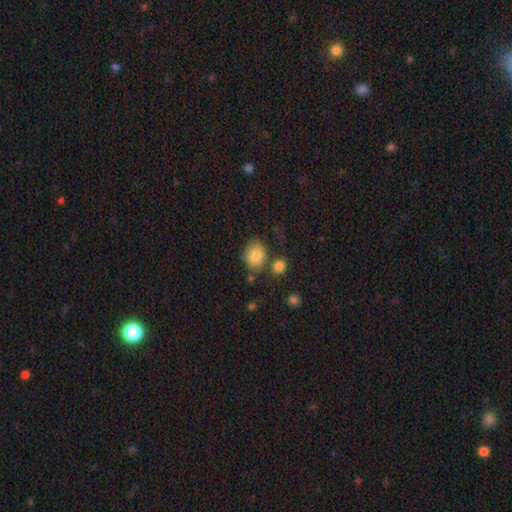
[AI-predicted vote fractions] Overall: smooth (83%). How rounded: round (68%; in between 31%). Merging: none (71%).